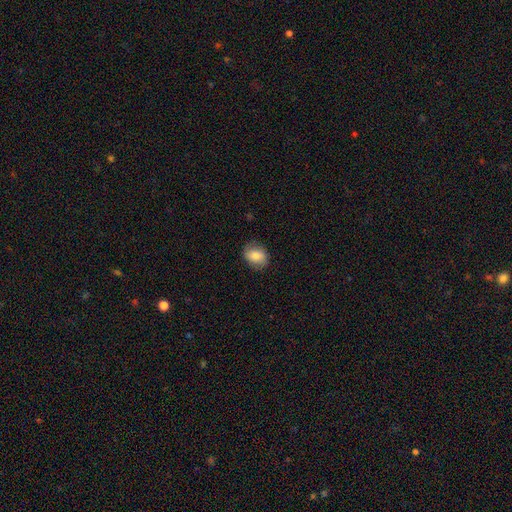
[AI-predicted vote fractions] Smooth or featured? Predicted: smooth (p=0.78). How rounded? Predicted: in between (p=0.55). Merging? Predicted: none (p=0.81).